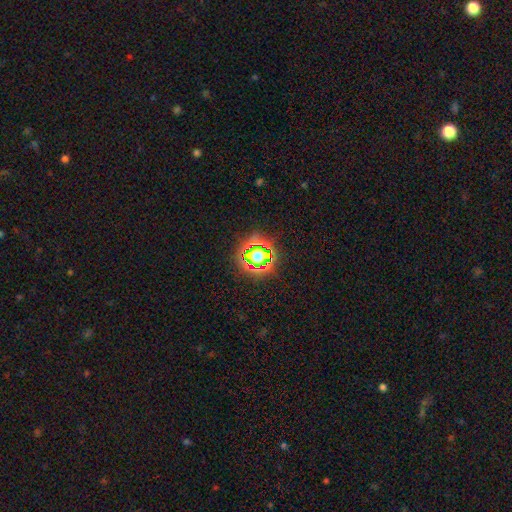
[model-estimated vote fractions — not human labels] smooth-or-featured: star or artifact: 48% | smooth: 39% | featured or disk: 13%